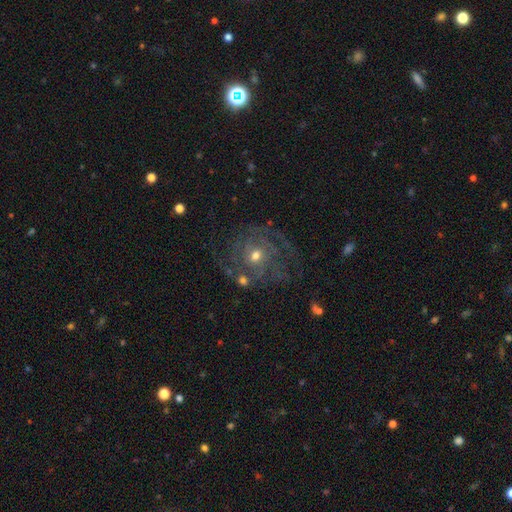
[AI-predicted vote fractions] Smooth or featured?
  - featured or disk: 77% *
  - smooth: 14%
  - star or artifact: 9%
Edge-on disk?
  - no: 97% *
  - yes: 3%
Bar?
  - no: 70% *
  - weak: 25%
  - strong: 5%
Spiral arms?
  - yes: 86% *
  - no: 14%
Spiral winding?
  - tight: 52% *
  - medium: 35%
  - loose: 13%
Spiral arm count?
  - can't tell: 38% *
  - 2: 21%
  - 3: 19%
  - 4: 10%
  - 1: 7%
  - more than 4: 6%
Bulge size?
  - moderate: 53% *
  - small: 42%
  - large: 3%
  - none: 1%
  - dominant: 1%
Merging?
  - none: 62% *
  - minor disturbance: 18%
  - major disturbance: 16%
  - merger: 4%